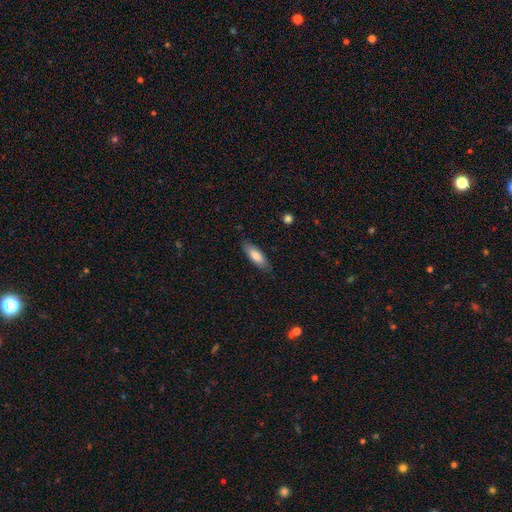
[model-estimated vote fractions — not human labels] Smooth or featured? Predicted: smooth (p=0.79). How rounded? Predicted: in between (p=0.60). Merging? Predicted: none (p=0.85).